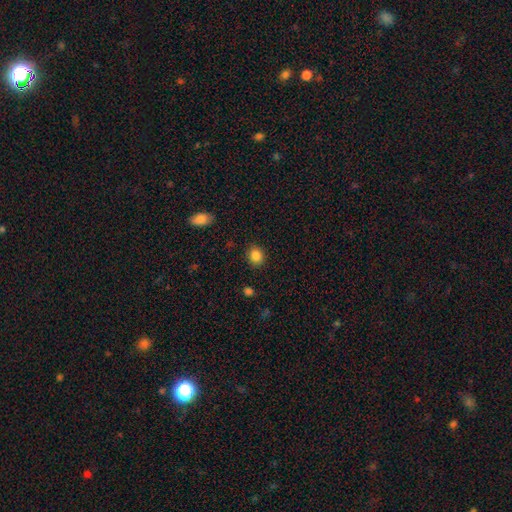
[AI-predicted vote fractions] Smooth or featured: smooth — 86% (star or artifact — 10%)
How rounded: round — 76% (in between — 23%)
Merging: none — 89% (minor disturbance — 7%)